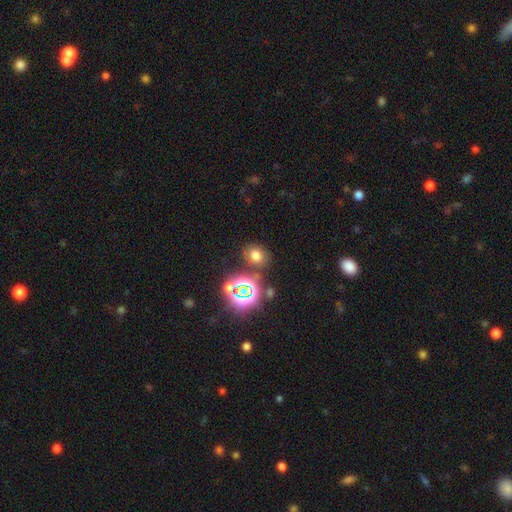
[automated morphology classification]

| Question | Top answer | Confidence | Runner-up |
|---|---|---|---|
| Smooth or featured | smooth | 62% | star or artifact (29%) |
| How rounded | round | 54% | in between (45%) |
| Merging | none | 77% | minor disturbance (11%) |